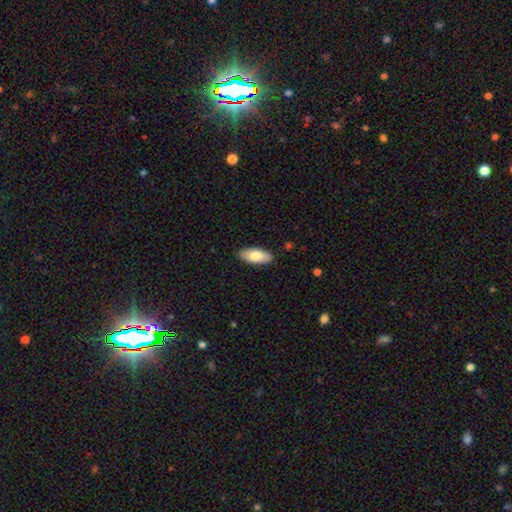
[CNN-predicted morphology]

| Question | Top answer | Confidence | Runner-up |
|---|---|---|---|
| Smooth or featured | smooth | 74% | featured or disk (20%) |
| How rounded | in between | 85% | cigar-shaped (13%) |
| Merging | none | 88% | minor disturbance (9%) |